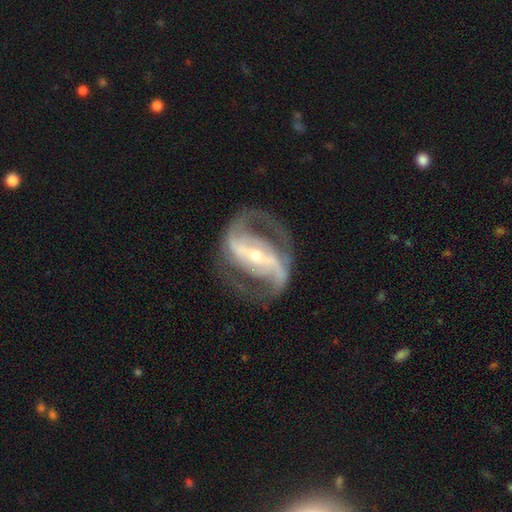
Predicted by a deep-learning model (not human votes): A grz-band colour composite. It shows a featured or disk galaxy (91%) with a strong bar (71%), 2 (90%) medium (52%) spiral arms (95%) and a small central bulge (63%). Merging: none (73%).